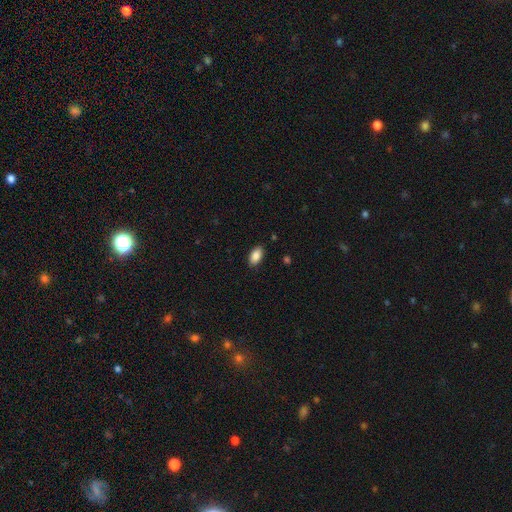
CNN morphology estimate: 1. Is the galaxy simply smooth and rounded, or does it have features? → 88% smooth, 7% star or artifact, 4% featured or disk.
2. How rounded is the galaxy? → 94% in between, 4% round, 2% cigar-shaped.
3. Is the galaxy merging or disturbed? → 88% none, 9% minor disturbance, 2% major disturbance, 1% merger.